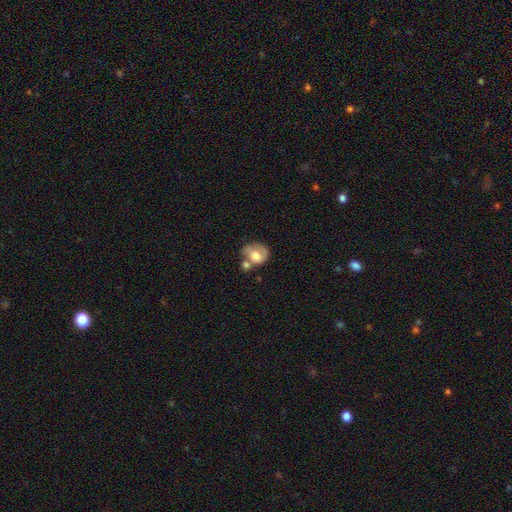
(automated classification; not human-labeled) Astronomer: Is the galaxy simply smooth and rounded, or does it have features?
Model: smooth — 57% (runner-up: featured or disk, 36%).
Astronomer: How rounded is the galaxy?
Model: round — 55% (runner-up: in between, 44%).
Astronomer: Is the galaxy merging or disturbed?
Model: merger — 39% (runner-up: none, 28%).